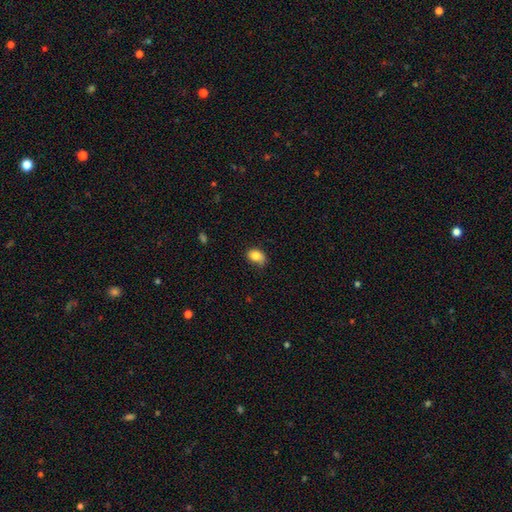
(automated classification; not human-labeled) Smooth or featured?
  - smooth: 82% *
  - star or artifact: 9%
  - featured or disk: 9%
How rounded?
  - in between: 69% *
  - round: 30%
  - cigar-shaped: 1%
Merging?
  - none: 59% *
  - minor disturbance: 31%
  - major disturbance: 7%
  - merger: 2%